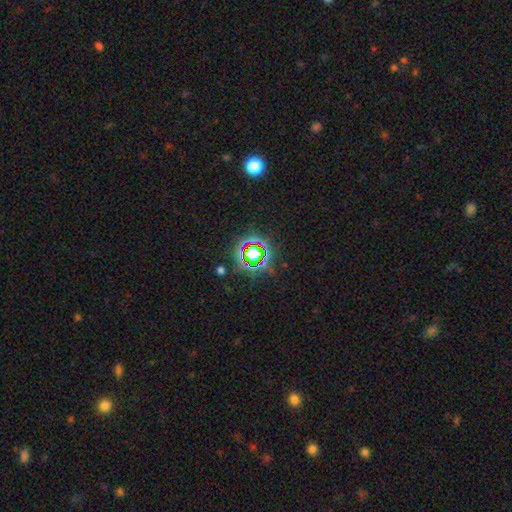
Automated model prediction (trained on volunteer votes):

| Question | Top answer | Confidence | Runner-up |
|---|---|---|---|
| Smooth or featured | star or artifact | 73% | smooth (16%) |